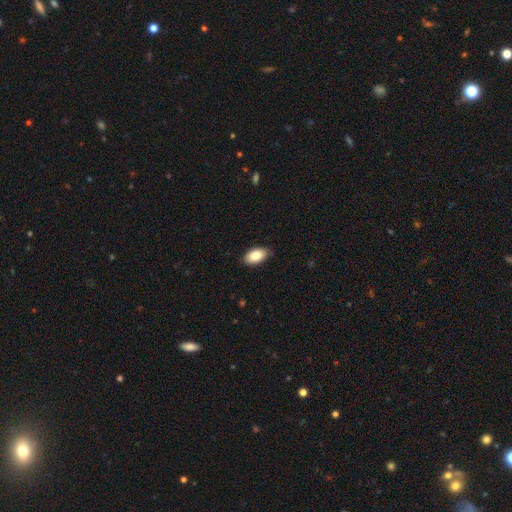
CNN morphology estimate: smooth 84%, featured or disk 9%, star or artifact 7%. Down the decision tree: how rounded — in between (94%); merging — none (86%).